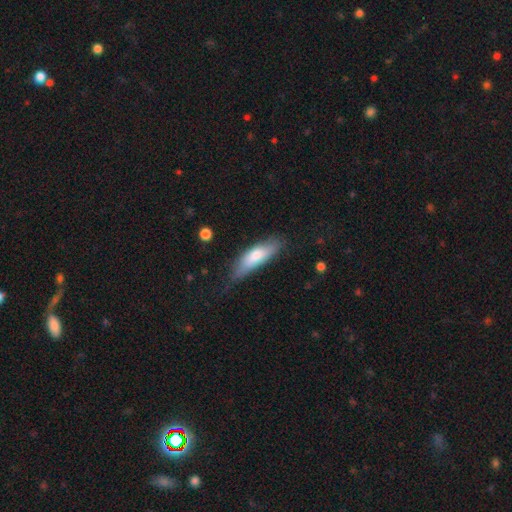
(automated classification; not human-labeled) smooth_or_featured: smooth (p=0.71) [alt: featured or disk p=0.23]
how_rounded: cigar-shaped (p=0.54) [alt: in between p=0.44]
merging: none (p=0.64) [alt: minor disturbance p=0.28]